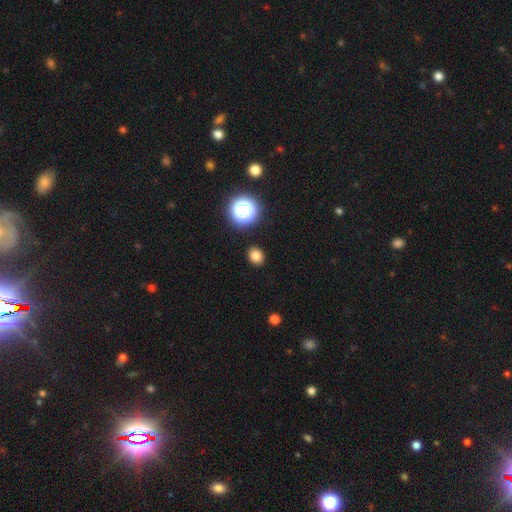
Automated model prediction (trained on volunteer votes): Smooth or featured?
  - smooth: 80% *
  - star or artifact: 15%
  - featured or disk: 5%
How rounded?
  - round: 62% *
  - in between: 37%
  - cigar-shaped: 1%
Merging?
  - none: 90% *
  - minor disturbance: 7%
  - major disturbance: 2%
  - merger: 1%